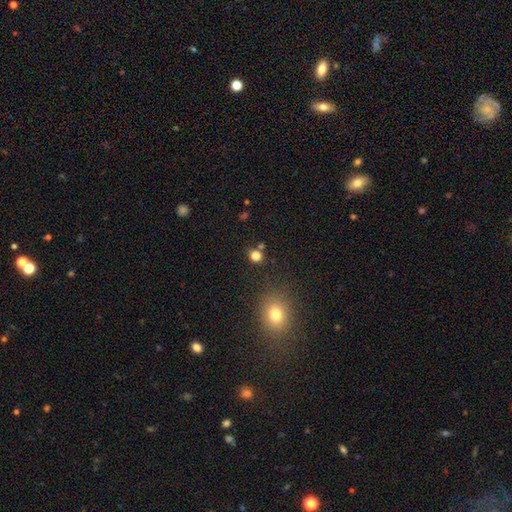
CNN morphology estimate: This is likely a smooth galaxy (80%). How rounded: clearly round (80%). Merging: likely none (76%).